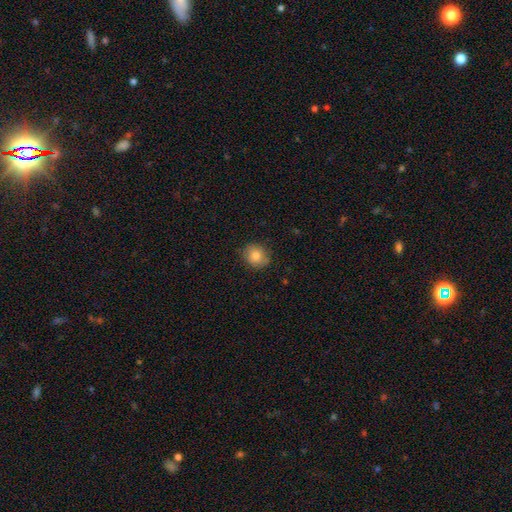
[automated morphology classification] Smooth or featured? Predicted: smooth (p=0.81). How rounded? Predicted: round (p=0.78). Merging? Predicted: none (p=0.84).